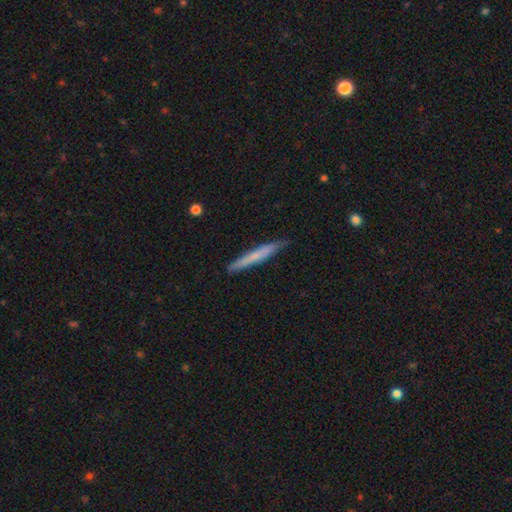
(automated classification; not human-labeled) Q: Smooth or featured?
A: smooth (63%); runner-up: featured or disk (31%)
Q: How rounded?
A: cigar-shaped (96%); runner-up: in between (2%)
Q: Merging?
A: none (87%); runner-up: minor disturbance (11%)